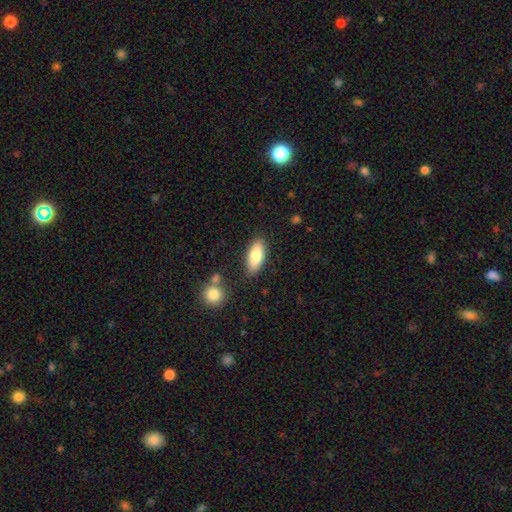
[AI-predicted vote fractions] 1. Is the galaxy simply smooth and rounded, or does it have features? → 83% smooth, 11% featured or disk, 6% star or artifact.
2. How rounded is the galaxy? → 83% in between, 15% cigar-shaped, 2% round.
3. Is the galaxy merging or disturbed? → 84% none, 10% minor disturbance, 3% merger, 2% major disturbance.